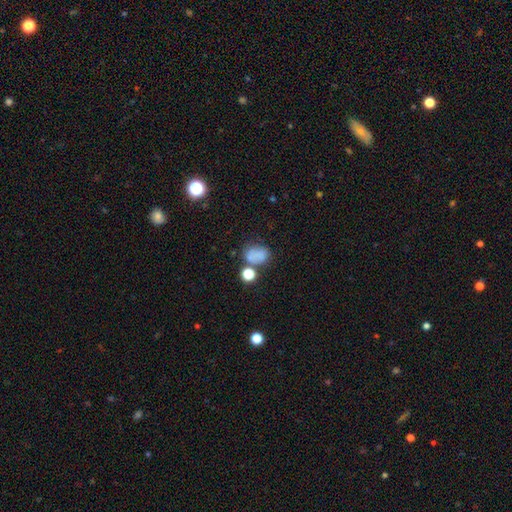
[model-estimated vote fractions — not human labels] A smooth galaxy with no disk features (74%) that is in between round and cigar-shaped (62%). Merging: none (50%).